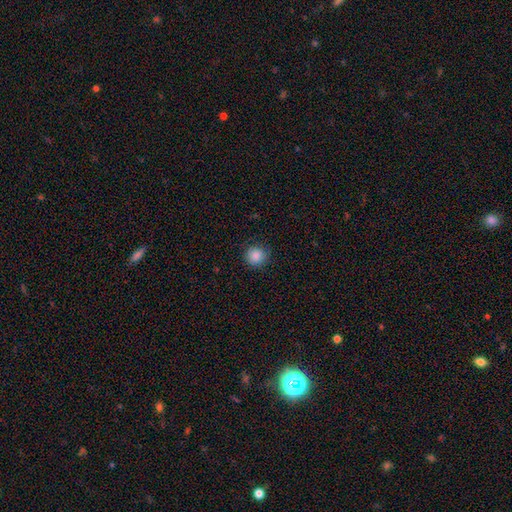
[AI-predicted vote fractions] smooth 87%, star or artifact 9%, featured or disk 4%. Down the decision tree: how rounded — round (92%); merging — none (85%).